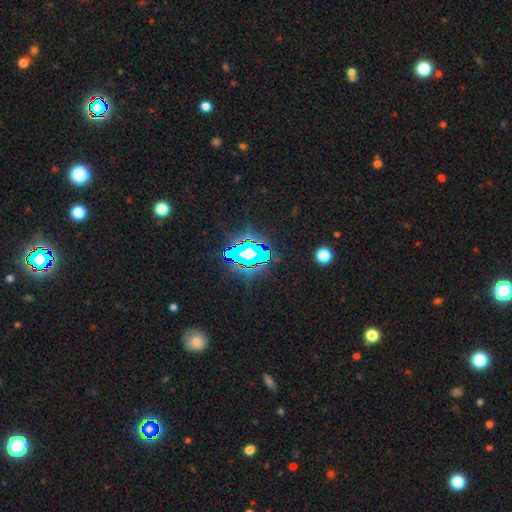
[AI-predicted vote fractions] smooth-or-featured: star or artifact: 83% | smooth: 11% | featured or disk: 7%